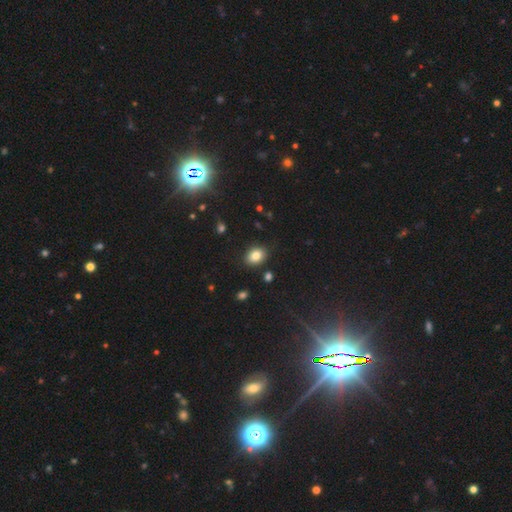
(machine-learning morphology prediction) smooth 83%, star or artifact 10%, featured or disk 7%. Down the decision tree: how rounded — in between (64%); merging — none (85%).